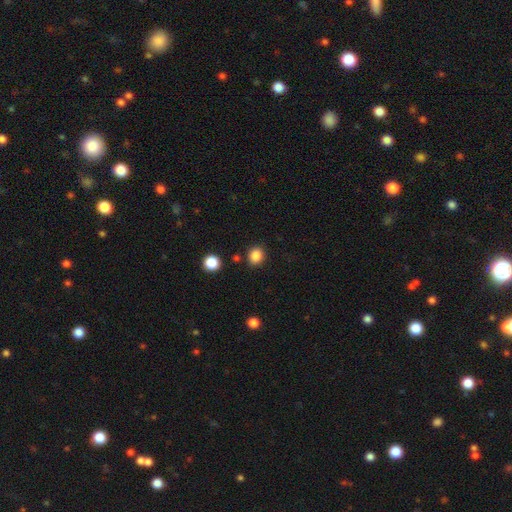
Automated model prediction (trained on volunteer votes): Overall: smooth (86%). How rounded: round (66%; in between 33%). Merging: none (86%).